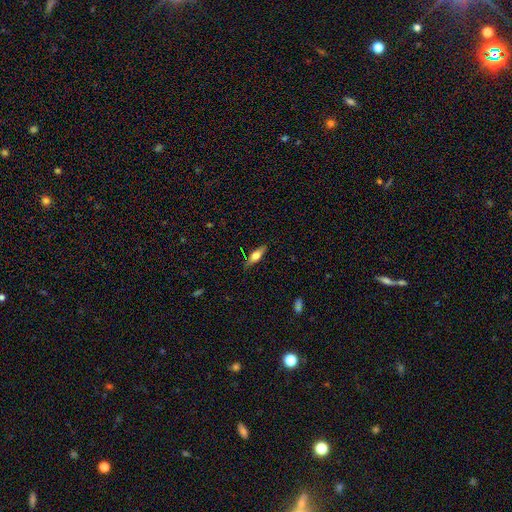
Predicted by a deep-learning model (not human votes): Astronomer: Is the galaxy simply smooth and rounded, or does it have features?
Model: featured or disk — 48% (runner-up: smooth, 44%).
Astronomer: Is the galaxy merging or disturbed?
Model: none — 84%.